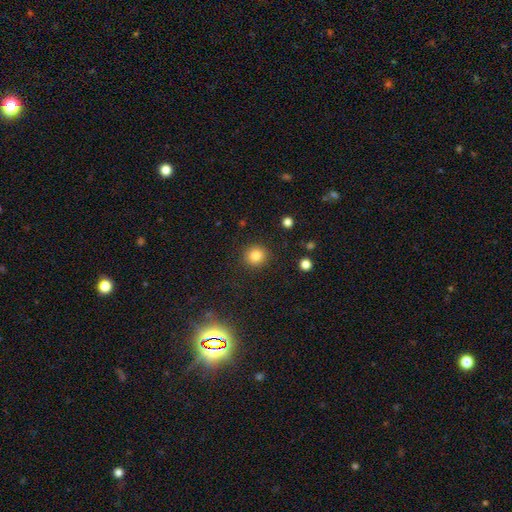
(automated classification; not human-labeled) Smooth or featured? Predicted: smooth (p=0.83). How rounded? Predicted: round (p=0.92). Merging? Predicted: none (p=0.90).